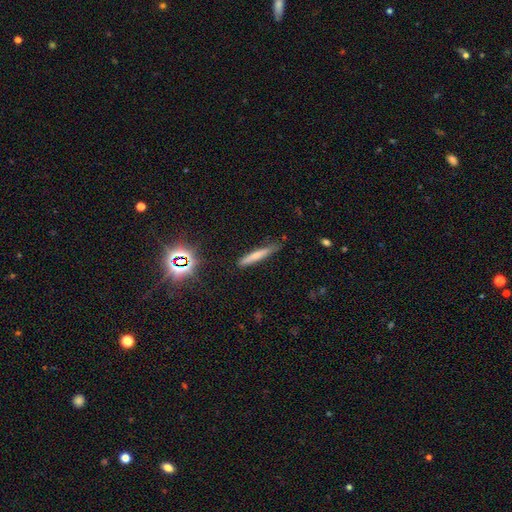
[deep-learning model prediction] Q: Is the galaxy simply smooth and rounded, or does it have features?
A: smooth — 62%.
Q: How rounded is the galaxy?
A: cigar-shaped — 93%.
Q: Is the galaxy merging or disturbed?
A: none — 78%.